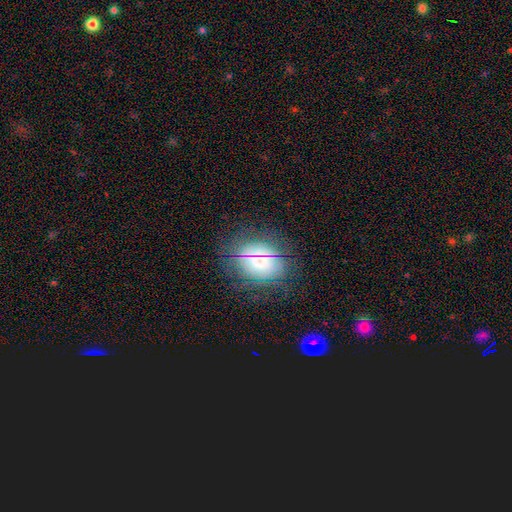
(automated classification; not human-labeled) A smooth galaxy with no disk features (43%).

Vote fractions:
- Smooth or featured? smooth: 43% / featured or disk: 30% / star or artifact: 27%
- Merging? none: 80% / minor disturbance: 13% / major disturbance: 5% / merger: 2%